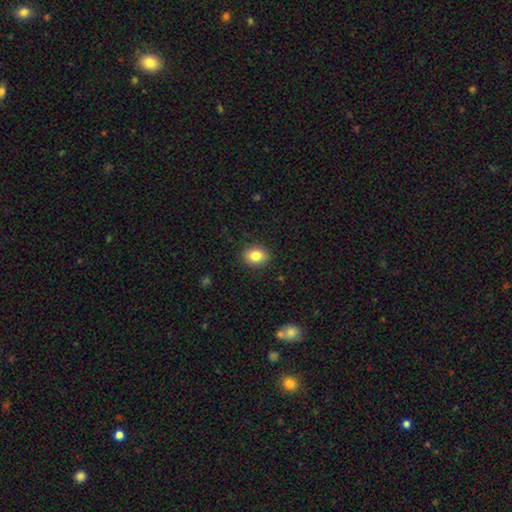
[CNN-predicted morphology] Smooth or featured?
  - smooth: 84% *
  - star or artifact: 9%
  - featured or disk: 7%
How rounded?
  - in between: 51% *
  - round: 48%
  - cigar-shaped: 1%
Merging?
  - none: 90% *
  - minor disturbance: 7%
  - major disturbance: 2%
  - merger: 1%